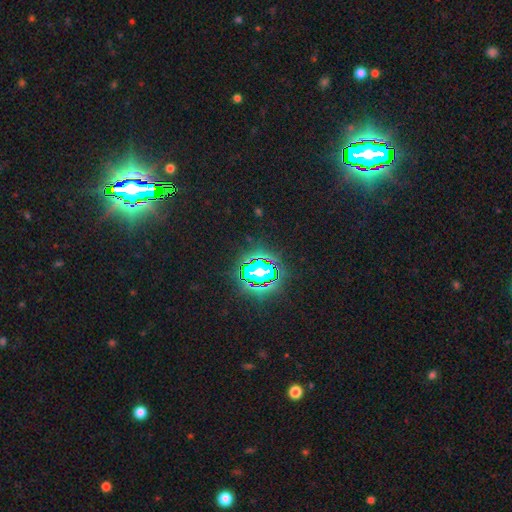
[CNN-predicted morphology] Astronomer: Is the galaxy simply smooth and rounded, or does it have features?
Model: star or artifact — 84%.